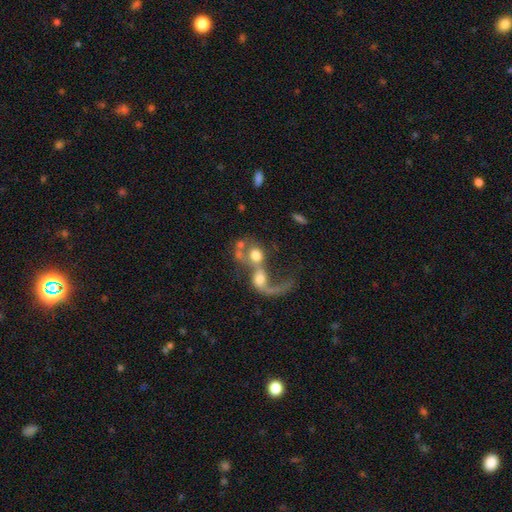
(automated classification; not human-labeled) Morphology: type=featured or disk (45%, tied with smooth); merging=merger (70%).